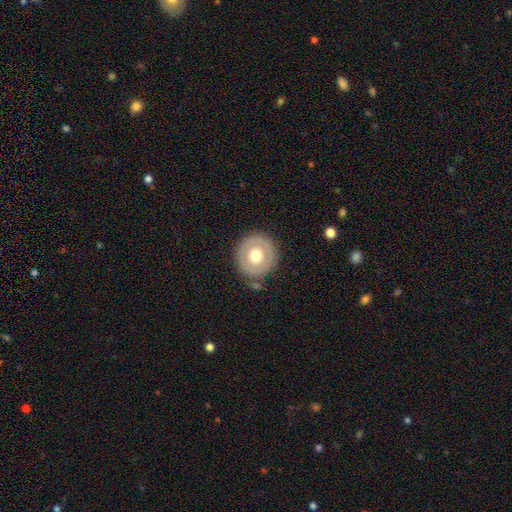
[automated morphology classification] This is possibly a smooth galaxy (55%). How rounded: clearly round (90%). Merging: clearly none (81%).